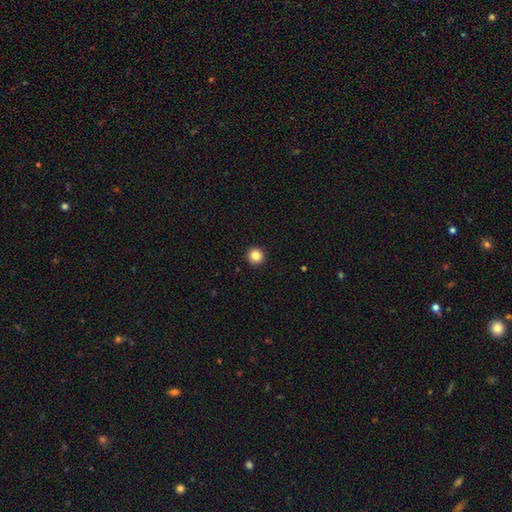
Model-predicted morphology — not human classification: Smooth or featured? smooth (85%)
How rounded? round (96%)
Merging? none (94%)